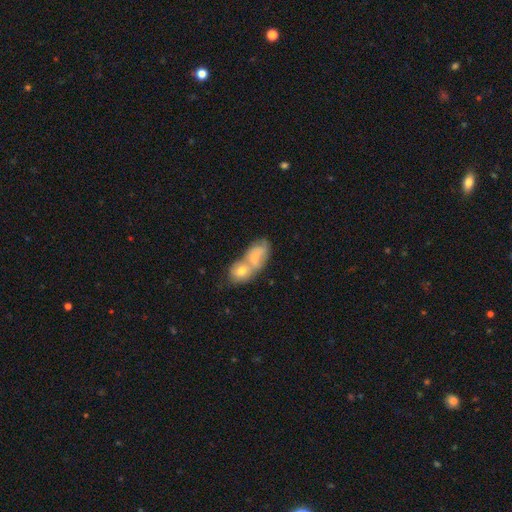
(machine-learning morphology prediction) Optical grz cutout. It shows a smooth galaxy with no disk features (65%) that is in between round and cigar-shaped (84%). Merging: merger (72%).